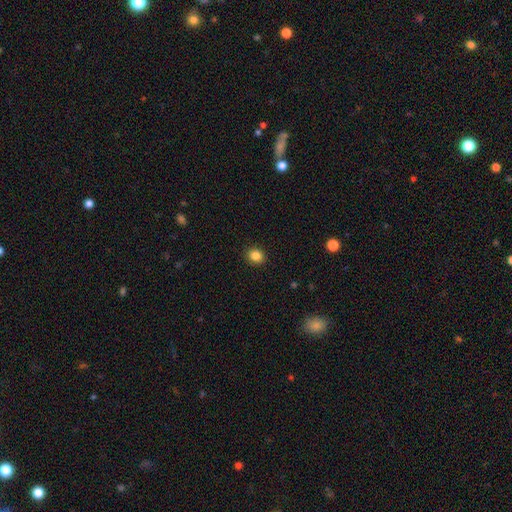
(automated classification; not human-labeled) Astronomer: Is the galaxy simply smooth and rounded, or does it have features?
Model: smooth — 85%.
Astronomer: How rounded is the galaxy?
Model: round — 72%.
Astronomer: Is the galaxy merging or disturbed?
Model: none — 91%.